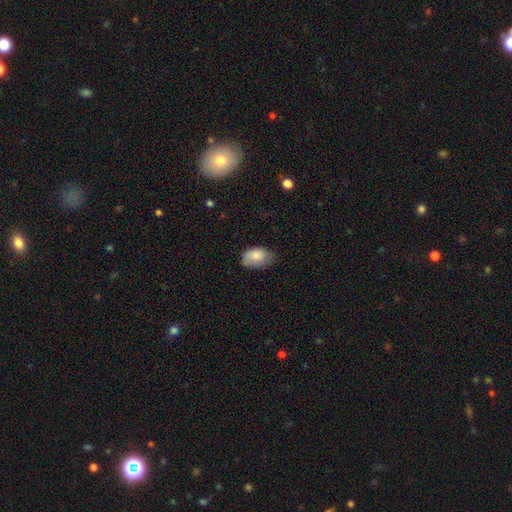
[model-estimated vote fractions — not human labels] This is clearly a smooth galaxy (82%). How rounded: clearly in between (88%). Merging: possibly none (50%).